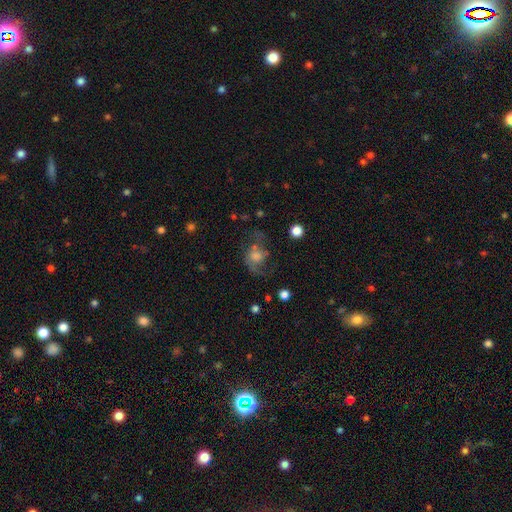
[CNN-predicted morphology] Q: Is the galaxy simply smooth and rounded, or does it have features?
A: featured or disk — 53%.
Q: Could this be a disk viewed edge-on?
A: no — 96%.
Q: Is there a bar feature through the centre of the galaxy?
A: no — 73%.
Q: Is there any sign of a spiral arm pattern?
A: yes — 77%.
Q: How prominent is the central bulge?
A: moderate — 36%.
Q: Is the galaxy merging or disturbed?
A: none — 48%.